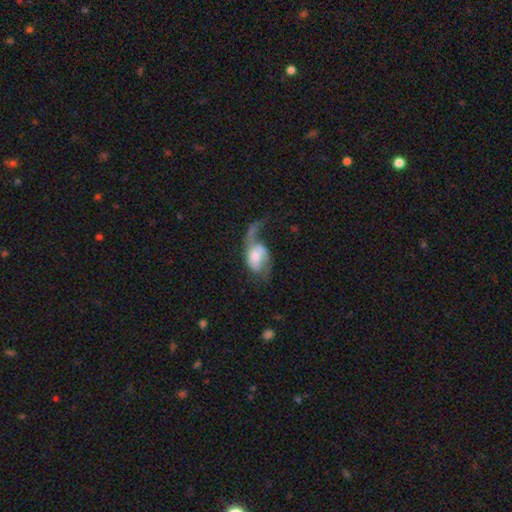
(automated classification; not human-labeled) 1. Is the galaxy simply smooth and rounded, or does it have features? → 65% featured or disk, 29% smooth, 7% star or artifact.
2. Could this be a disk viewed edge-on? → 96% no, 4% yes.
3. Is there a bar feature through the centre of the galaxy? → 61% no, 32% weak, 7% strong.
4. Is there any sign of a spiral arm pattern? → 83% yes, 17% no.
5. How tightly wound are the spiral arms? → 66% loose, 26% medium, 9% tight.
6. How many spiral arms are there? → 51% 2, 39% 1, 6% can't tell, 2% 3, 1% 4, 1% more than 4.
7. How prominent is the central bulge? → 52% moderate, 22% small, 17% large, 6% none, 3% dominant.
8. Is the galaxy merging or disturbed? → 52% major disturbance, 22% none, 17% minor disturbance, 9% merger.